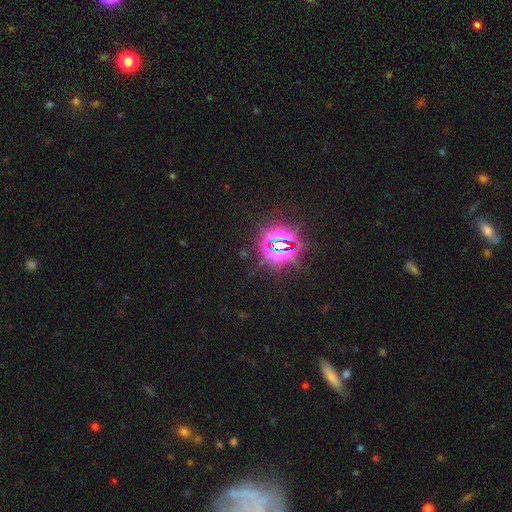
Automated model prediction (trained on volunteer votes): smooth-or-featured: star or artifact: 75% | smooth: 17% | featured or disk: 8%